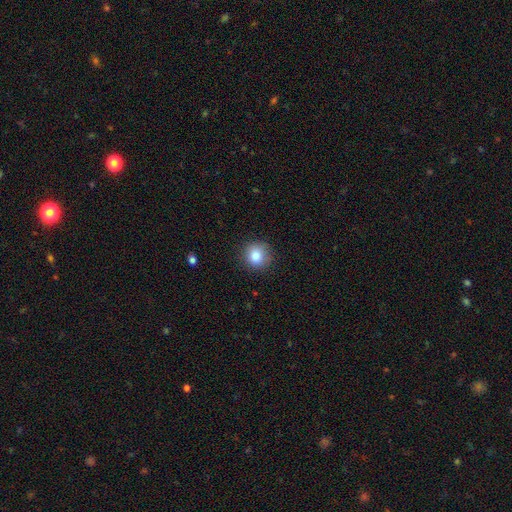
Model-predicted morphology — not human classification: A smooth galaxy with no disk features (84%) that is round (90%).

Vote fractions:
- Smooth or featured? smooth: 84% / star or artifact: 10% / featured or disk: 6%
- How rounded? round: 90% / in between: 9% / cigar-shaped: 1%
- Merging? none: 84% / minor disturbance: 12% / major disturbance: 3% / merger: 1%